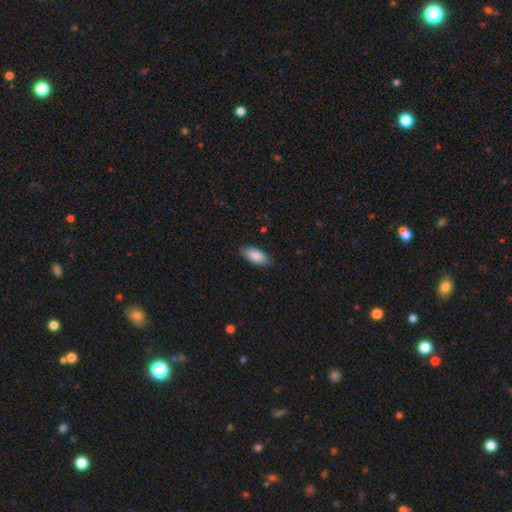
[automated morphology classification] smooth_or_featured: smooth (p=0.86) [alt: featured or disk p=0.08]
how_rounded: in between (p=0.84) [alt: cigar-shaped p=0.14]
merging: none (p=0.87) [alt: minor disturbance p=0.10]